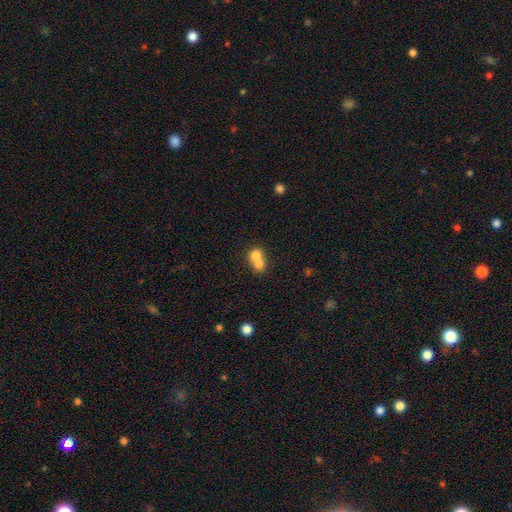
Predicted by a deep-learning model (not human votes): Smooth or featured? Predicted: smooth (p=0.73). How rounded? Predicted: round (p=0.65). Merging? Predicted: merger (p=0.72).